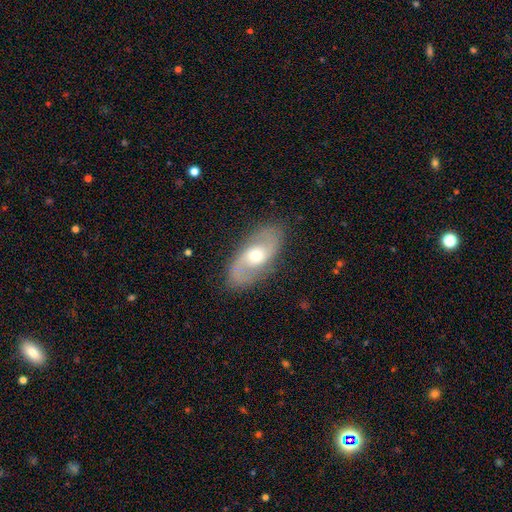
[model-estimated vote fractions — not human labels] featured or disk 78%, smooth 16%, star or artifact 6%. Down the decision tree: edge-on disk — no (94%); bar — no (61%); spiral arms — yes (91%); spiral arm count — 2 (89%); spiral winding — medium (46%); bulge size — moderate (64%); merging — none (83%).